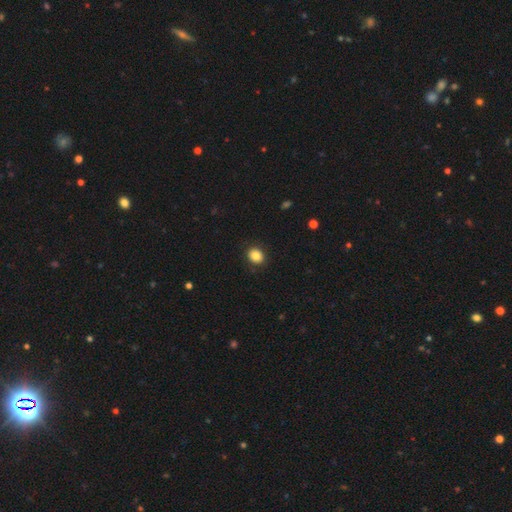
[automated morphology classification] smooth-or-featured: smooth: 85% | star or artifact: 9% | featured or disk: 5%
  how-rounded: round: 65% | in between: 34% | cigar-shaped: 1%
  merging: none: 89% | minor disturbance: 8% | major disturbance: 2% | merger: 1%